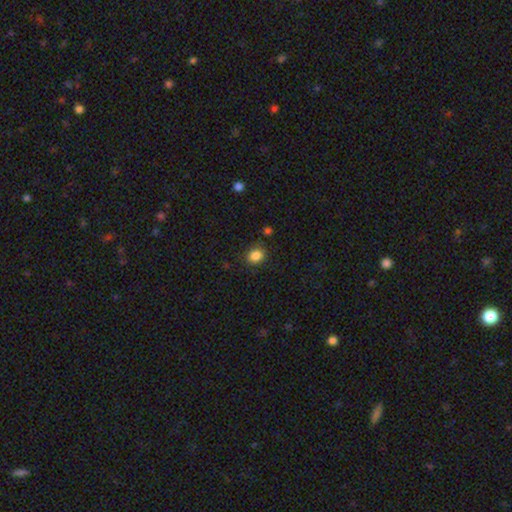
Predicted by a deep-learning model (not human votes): smooth-or-featured: smooth: 85% | star or artifact: 11% | featured or disk: 4%
  how-rounded: round: 58% | in between: 41% | cigar-shaped: 1%
  merging: none: 83% | minor disturbance: 12% | major disturbance: 3% | merger: 2%